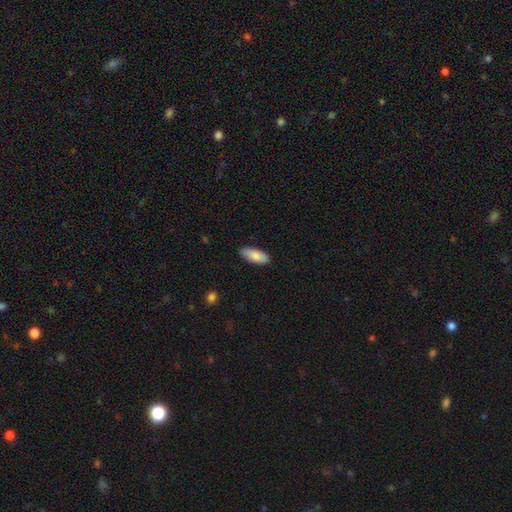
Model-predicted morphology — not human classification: type=smooth (85%); roundness=in between (84%); merging=none (87%).